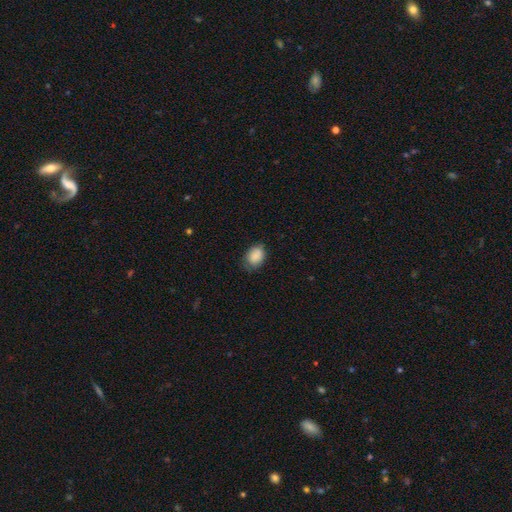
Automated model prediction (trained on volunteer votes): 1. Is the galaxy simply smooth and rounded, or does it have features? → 86% smooth, 8% star or artifact, 7% featured or disk.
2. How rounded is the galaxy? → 73% in between, 26% round, 1% cigar-shaped.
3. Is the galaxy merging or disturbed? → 65% none, 28% minor disturbance, 6% major disturbance, 1% merger.